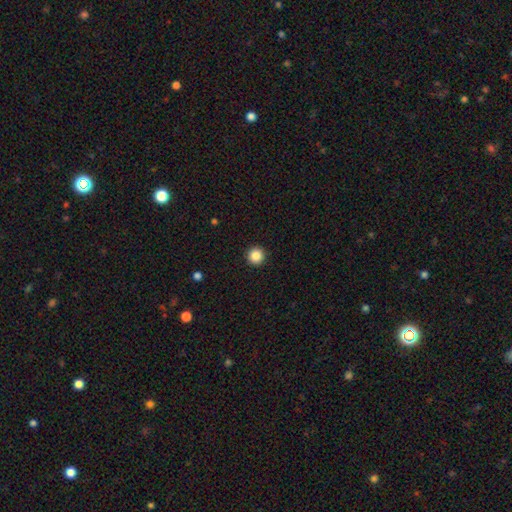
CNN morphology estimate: A smooth galaxy with no disk features (86%) that is round (97%). Merging: none (94%).